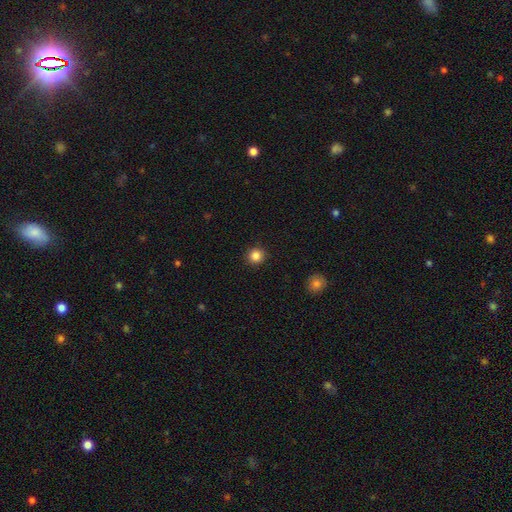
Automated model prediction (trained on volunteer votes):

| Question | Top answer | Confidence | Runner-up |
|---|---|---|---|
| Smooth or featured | smooth | 85% | star or artifact (11%) |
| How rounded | round | 94% | in between (5%) |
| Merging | none | 92% | minor disturbance (5%) |